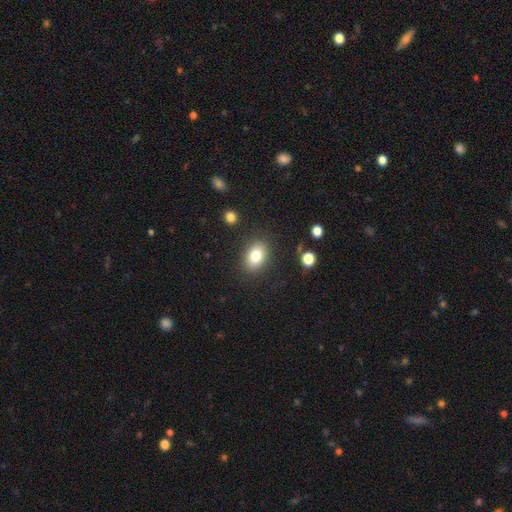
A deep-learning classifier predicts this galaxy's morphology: This is clearly a smooth galaxy (82%). How rounded: likely in between (79%). Merging: clearly none (85%).